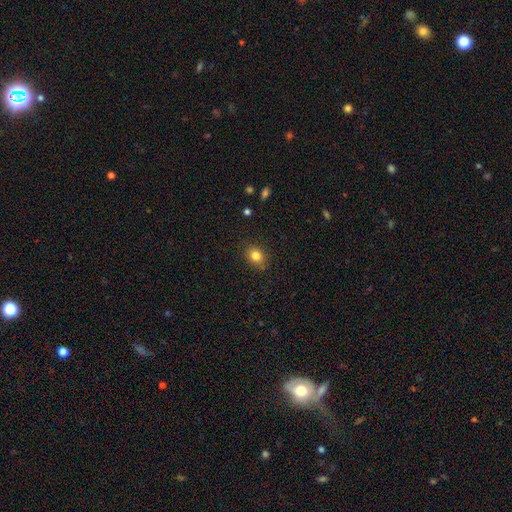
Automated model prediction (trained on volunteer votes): smooth-or-featured: smooth: 82% | star or artifact: 11% | featured or disk: 7%
  how-rounded: round: 53% | in between: 47% | cigar-shaped: 1%
  merging: none: 85% | minor disturbance: 11% | major disturbance: 3% | merger: 1%